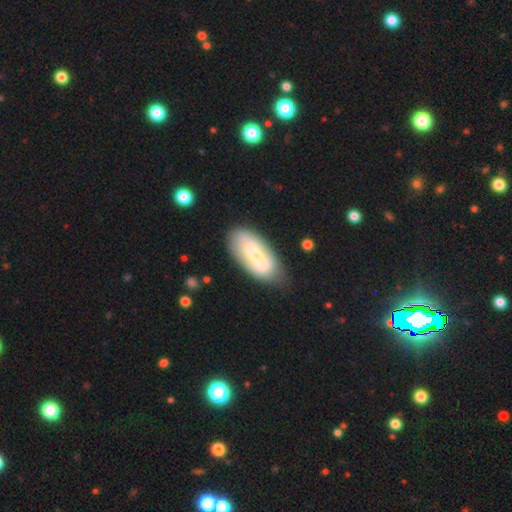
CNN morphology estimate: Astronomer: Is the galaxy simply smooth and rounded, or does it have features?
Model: featured or disk — 53% (runner-up: smooth, 41%).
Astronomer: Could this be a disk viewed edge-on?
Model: no — 90%.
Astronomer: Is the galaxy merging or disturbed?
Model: none — 69%.